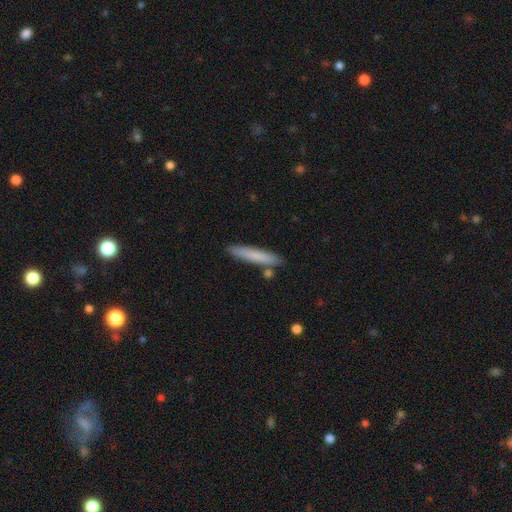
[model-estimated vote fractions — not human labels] Q: Smooth or featured?
A: smooth (76%); runner-up: featured or disk (18%)
Q: How rounded?
A: cigar-shaped (92%); runner-up: in between (7%)
Q: Merging?
A: none (83%); runner-up: minor disturbance (10%)